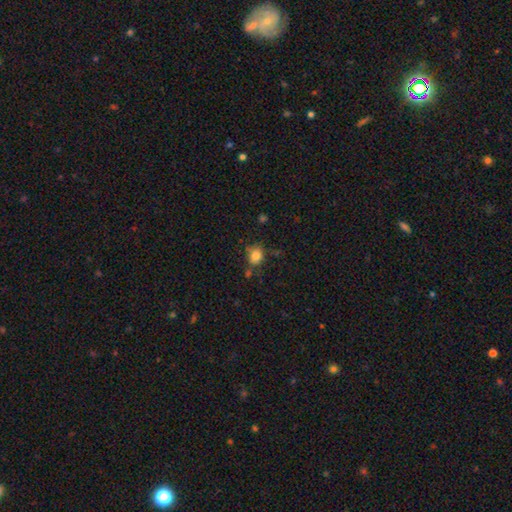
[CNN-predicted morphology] This appears to be a smooth galaxy with no disk features (81%) that is round (63%). Merging: none (66%).